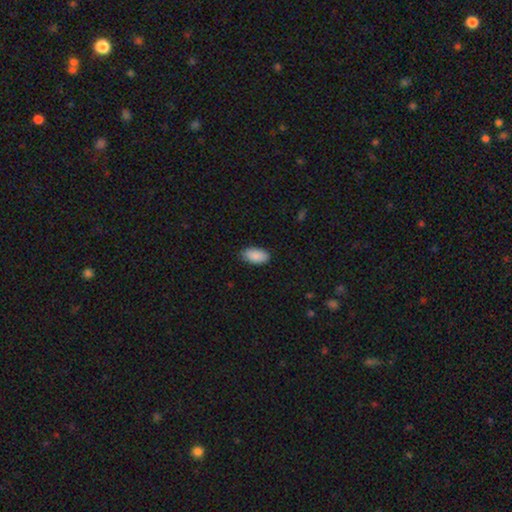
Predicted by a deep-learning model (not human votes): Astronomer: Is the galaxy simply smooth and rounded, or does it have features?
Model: smooth — 90%.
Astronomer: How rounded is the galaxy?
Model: in between — 94%.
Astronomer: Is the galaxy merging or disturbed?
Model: none — 83%.